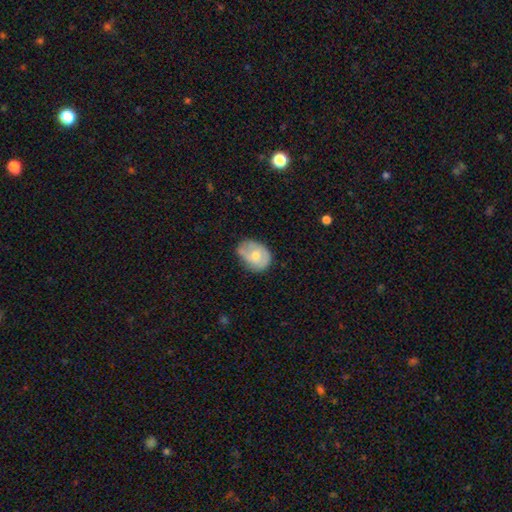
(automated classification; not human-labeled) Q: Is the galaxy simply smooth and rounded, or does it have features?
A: smooth — 57%.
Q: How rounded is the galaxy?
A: in between — 58%.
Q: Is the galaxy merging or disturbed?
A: none — 48%.